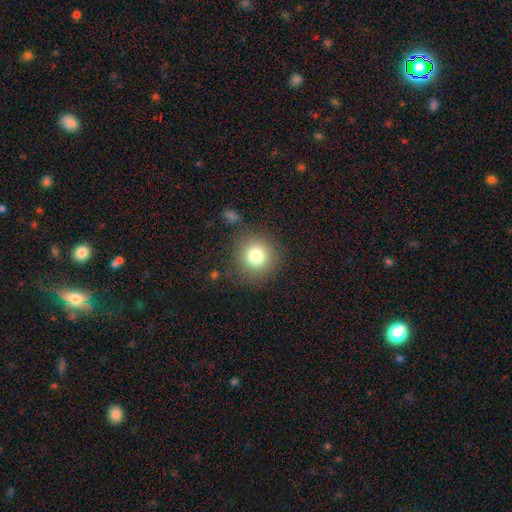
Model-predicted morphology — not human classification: Smooth or featured? smooth (78%)
How rounded? round (93%)
Merging? none (84%)